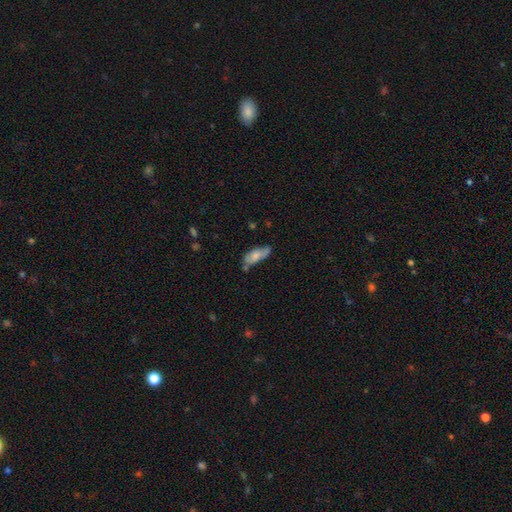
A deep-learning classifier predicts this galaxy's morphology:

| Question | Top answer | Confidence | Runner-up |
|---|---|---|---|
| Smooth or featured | smooth | 68% | featured or disk (26%) |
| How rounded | in between | 72% | cigar-shaped (26%) |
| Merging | none | 53% | minor disturbance (31%) |